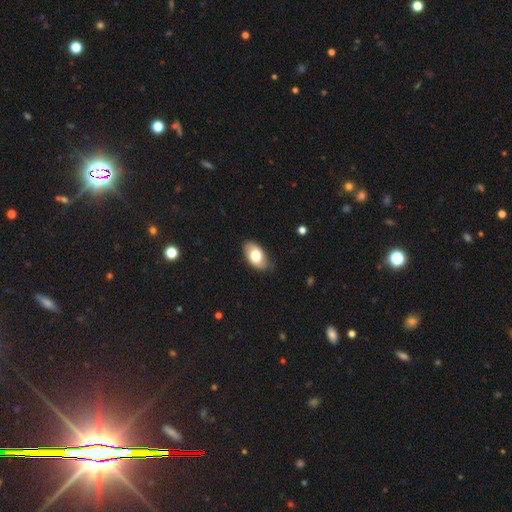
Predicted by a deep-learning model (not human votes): Q: Smooth or featured?
A: smooth (72%); runner-up: featured or disk (22%)
Q: How rounded?
A: in between (94%); runner-up: round (5%)
Q: Merging?
A: none (80%); runner-up: minor disturbance (16%)